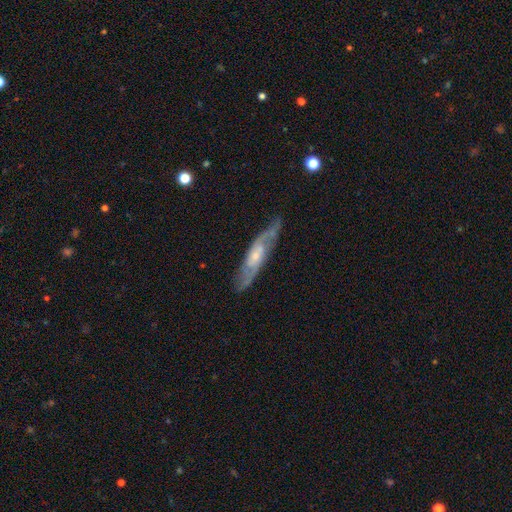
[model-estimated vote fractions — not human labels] The model was most divided on "bar": no: 60%, weak: 33%, strong: 7%. More confident: spiral arms — yes (90%); smooth or featured — featured or disk (76%); merging — none (76%); edge-on disk — no (67%); bulge size — small (59%).